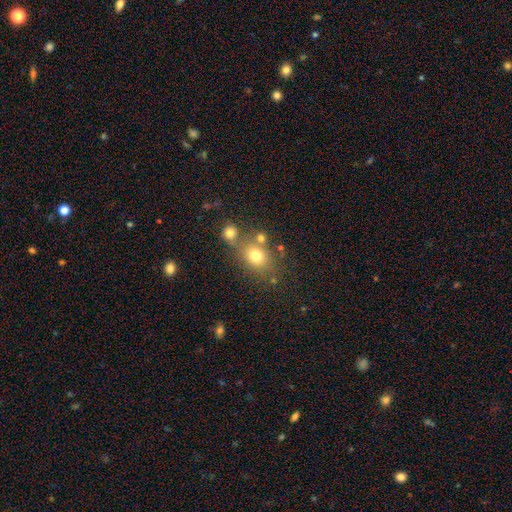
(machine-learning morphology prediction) Q: Smooth or featured?
A: smooth (73%); runner-up: star or artifact (15%)
Q: How rounded?
A: round (56%); runner-up: in between (43%)
Q: Merging?
A: none (58%); runner-up: merger (23%)